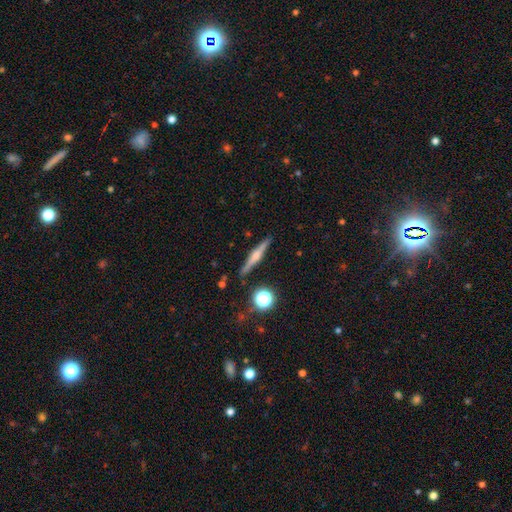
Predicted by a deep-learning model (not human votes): This appears to be a featured or disk galaxy (64%) viewed edge-on (98%) with a rounded central bulge (80%). Merging: none (89%).